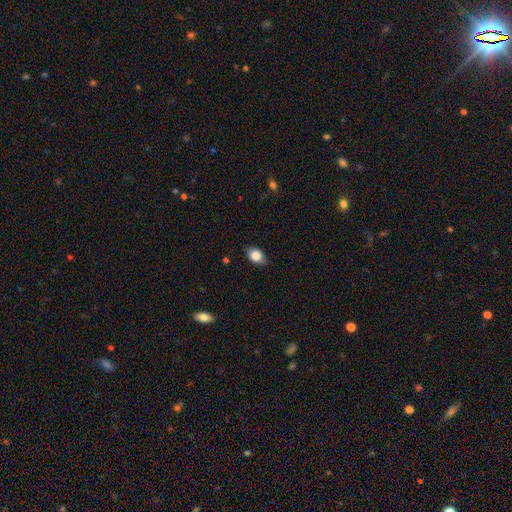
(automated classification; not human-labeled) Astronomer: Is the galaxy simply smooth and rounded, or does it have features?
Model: smooth — 85%.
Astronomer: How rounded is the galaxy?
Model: in between — 72%.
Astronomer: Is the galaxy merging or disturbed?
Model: none — 79%.